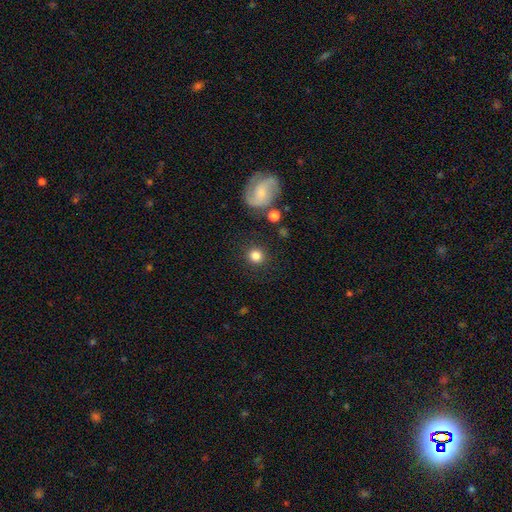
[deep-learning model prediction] Smooth or featured?
  - smooth: 82% *
  - star or artifact: 10%
  - featured or disk: 8%
How rounded?
  - round: 91% *
  - in between: 8%
  - cigar-shaped: 1%
Merging?
  - none: 86% *
  - minor disturbance: 7%
  - major disturbance: 3%
  - merger: 3%